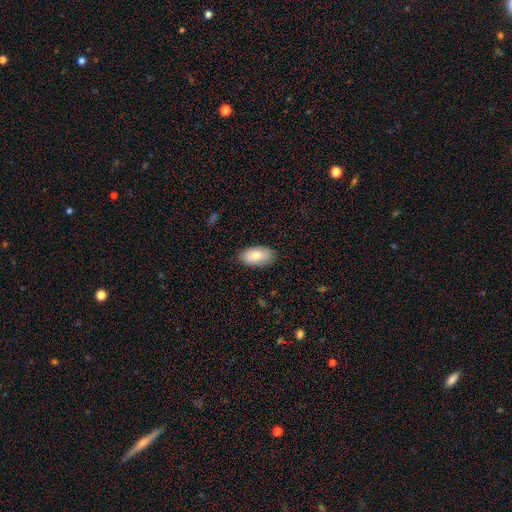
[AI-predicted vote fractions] Morphology: type=smooth (82%); roundness=in between (94%); merging=none (85%).